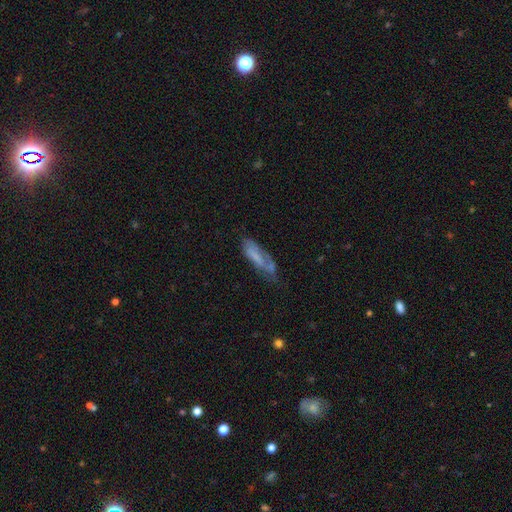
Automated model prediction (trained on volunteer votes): Smooth or featured: smooth — 51% (featured or disk — 41%)
How rounded: cigar-shaped — 50% (in between — 48%)
Merging: none — 37% (minor disturbance — 32%)